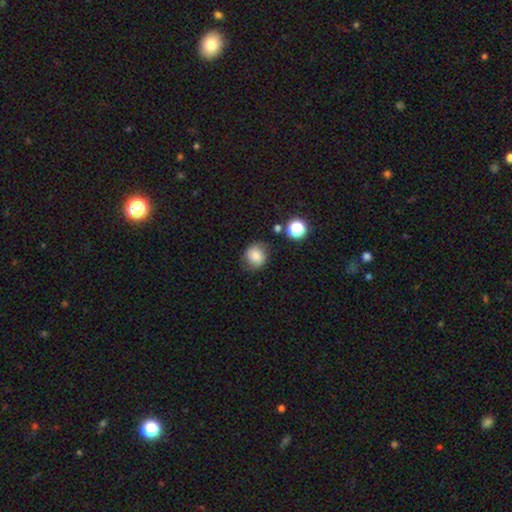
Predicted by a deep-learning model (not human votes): Smooth or featured: smooth — 74% (featured or disk — 14%)
How rounded: round — 84% (in between — 16%)
Merging: none — 73% (minor disturbance — 18%)